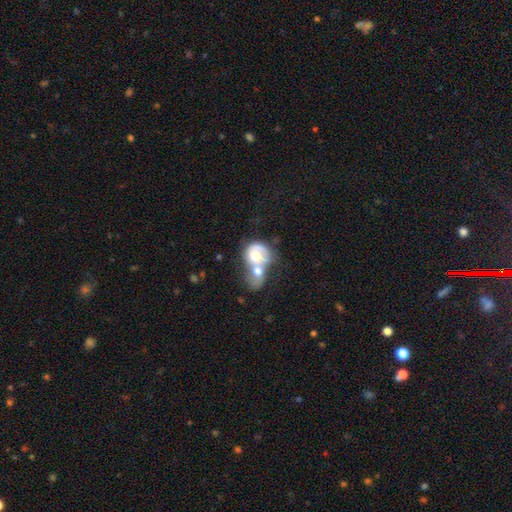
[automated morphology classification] smooth_or_featured: featured or disk (p=0.48) [alt: smooth p=0.45]
merging: merger (p=0.81) [alt: major disturbance p=0.08]